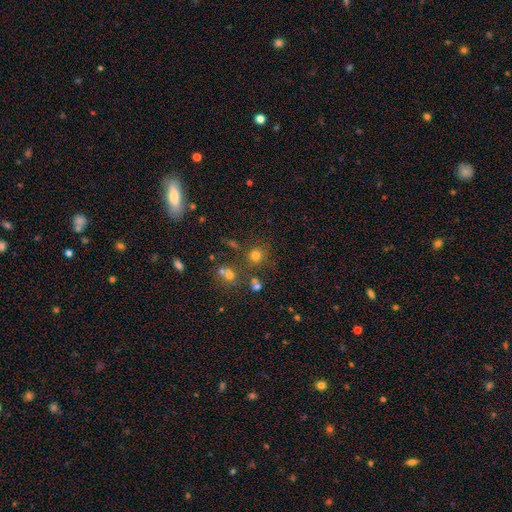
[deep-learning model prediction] A smooth galaxy with no disk features (68%) that is round (87%). Merging: none (74%).